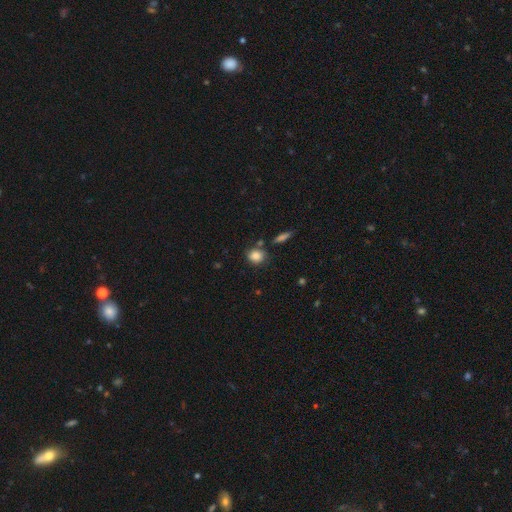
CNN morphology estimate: Smooth or featured?
  - smooth: 85% *
  - star or artifact: 9%
  - featured or disk: 6%
How rounded?
  - round: 72% *
  - in between: 26%
  - cigar-shaped: 2%
Merging?
  - none: 74% *
  - minor disturbance: 14%
  - merger: 9%
  - major disturbance: 3%